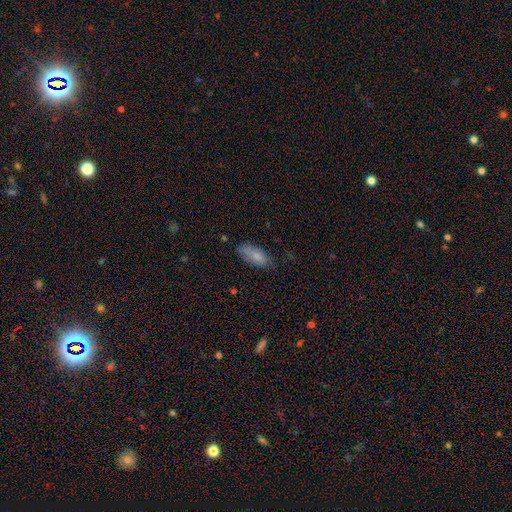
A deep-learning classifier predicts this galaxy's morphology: Smooth or featured? smooth (80%)
How rounded? in between (84%)
Merging? none (63%)